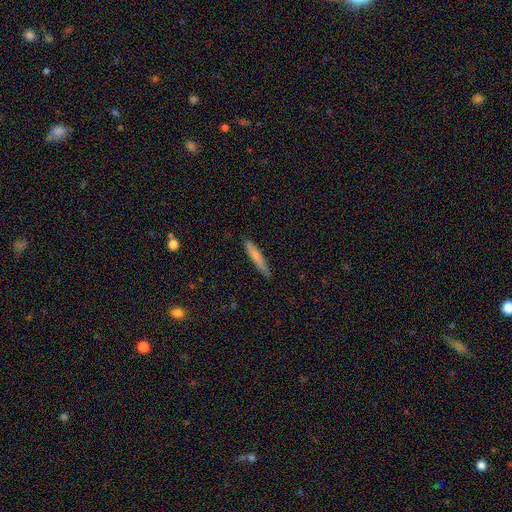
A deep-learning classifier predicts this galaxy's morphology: The model was most divided on "smooth or featured": smooth: 71%, featured or disk: 23%, star or artifact: 6%. More confident: how rounded — cigar-shaped (92%); merging — none (84%).